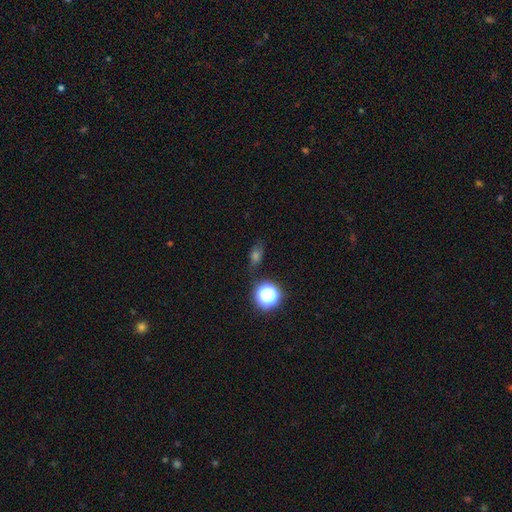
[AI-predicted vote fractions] The model was most divided on "smooth or featured": smooth: 52%, star or artifact: 35%, featured or disk: 13%. More confident: merging — none (74%); how rounded — in between (58%).